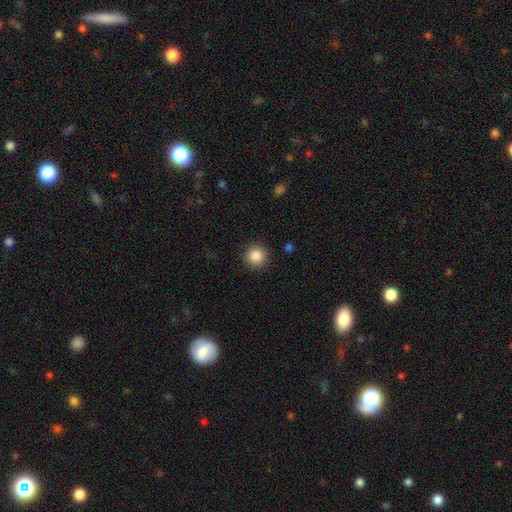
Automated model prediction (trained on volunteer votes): This is clearly a smooth galaxy (87%). How rounded: clearly round (95%). Merging: clearly none (91%).